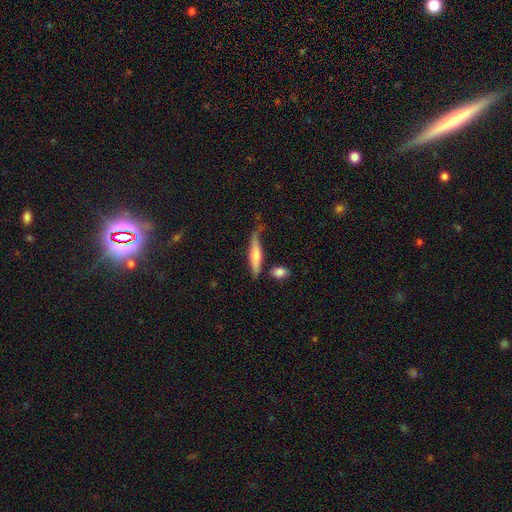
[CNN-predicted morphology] smooth 59%, featured or disk 36%, star or artifact 6%. Down the decision tree: how rounded — cigar-shaped (75%); merging — none (52%).